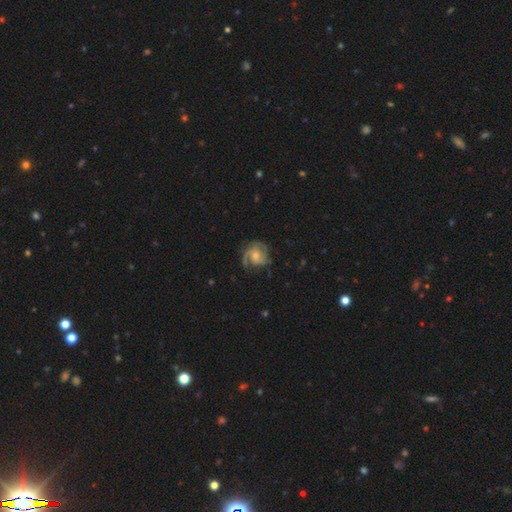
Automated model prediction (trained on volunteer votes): This is clearly a featured or disk galaxy (81%). It is clearly not viewed edge-on (98%). Bar: likely no (64%). Spiral arm pattern: clearly yes (95%). Spiral arm count: possibly 2 (45%). Spiral winding: marginally medium (45%). Central bulge: possibly small (47%, tied with moderate). Merging: likely none (64%).